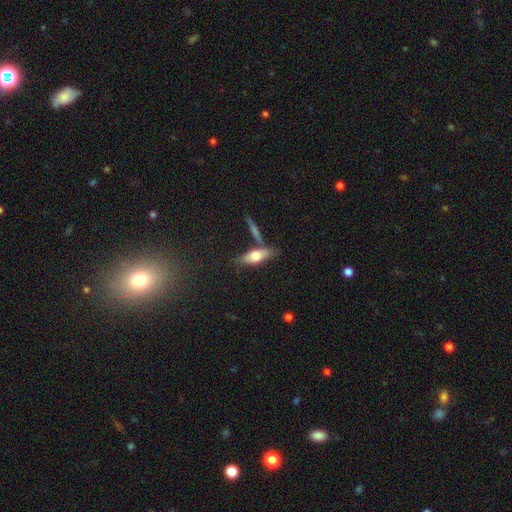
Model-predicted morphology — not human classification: This is likely a smooth galaxy (63%). How rounded: likely in between (63%). Merging: possibly none (59%).